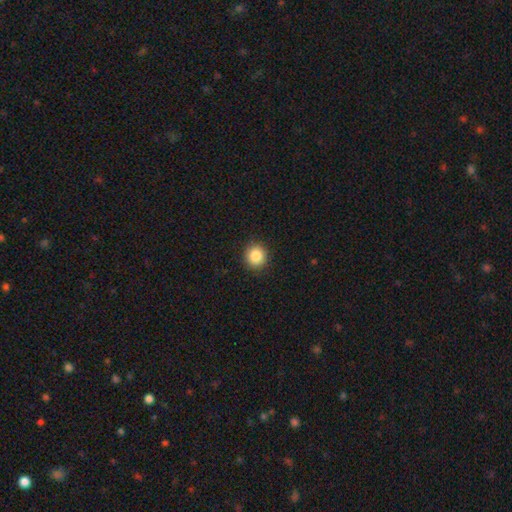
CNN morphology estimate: This appears to be a smooth galaxy with no disk features (86%) that is round (89%). Merging: none (91%).